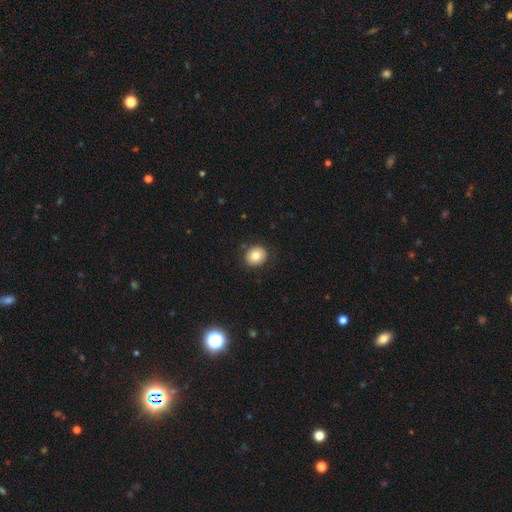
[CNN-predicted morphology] type=smooth (80%); roundness=round (73%); merging=none (88%).